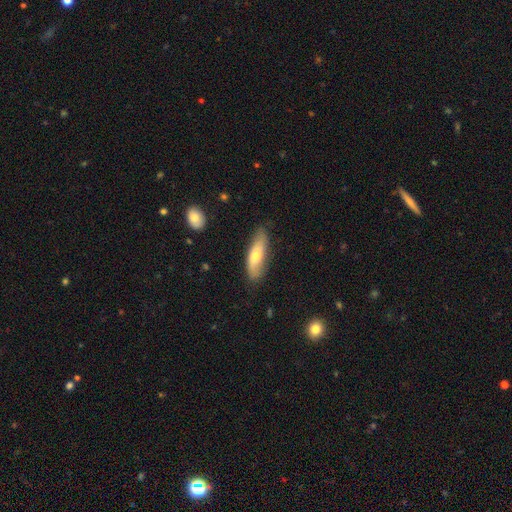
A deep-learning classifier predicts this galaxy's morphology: A smooth galaxy with no disk features (63%) that is cigar-shaped (49%, tied with in between). Merging: none (71%).